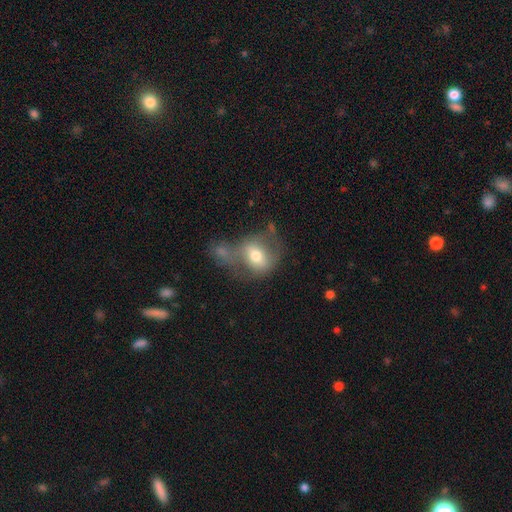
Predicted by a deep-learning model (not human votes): Smooth or featured? smooth (56%)
How rounded? round (53%)
Merging? none (35%)